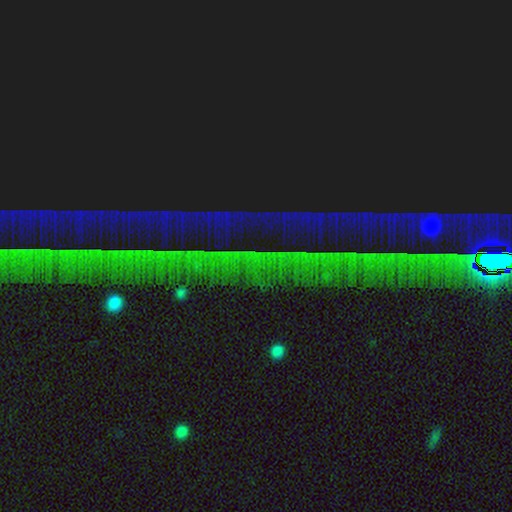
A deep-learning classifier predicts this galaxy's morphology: Smooth or featured?
  - star or artifact: 88% *
  - featured or disk: 7%
  - smooth: 6%